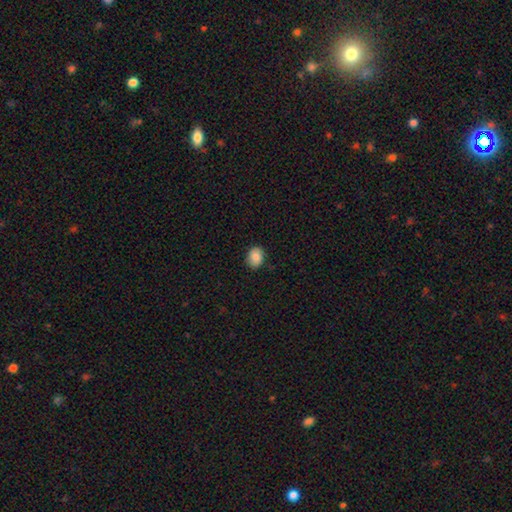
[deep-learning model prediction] Morphology: type=smooth (86%); roundness=in between (57%); merging=none (85%).